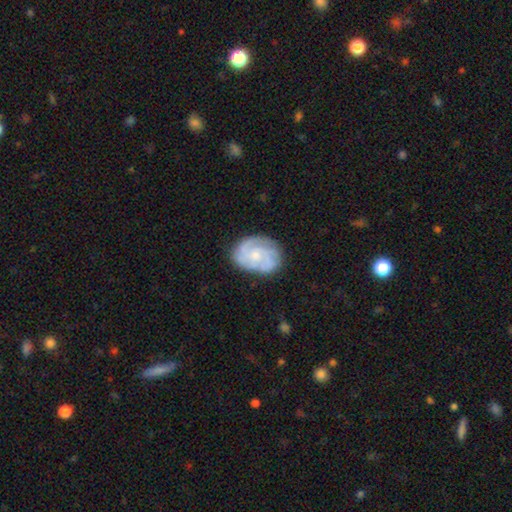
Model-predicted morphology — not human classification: type=featured or disk (77%); edge-on=no (98%); bar=no (74%); spiral arms=yes (94%); winding=tight (57%); arm count=3 (36%); bulge=small (59%); merging=none (74%).